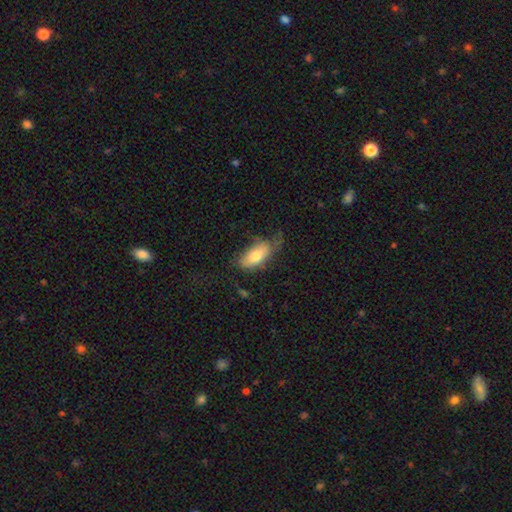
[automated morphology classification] smooth-or-featured: smooth: 71% | featured or disk: 23% | star or artifact: 7%
  how-rounded: in between: 88% | cigar-shaped: 9% | round: 3%
  merging: none: 48% | minor disturbance: 31% | major disturbance: 19% | merger: 2%